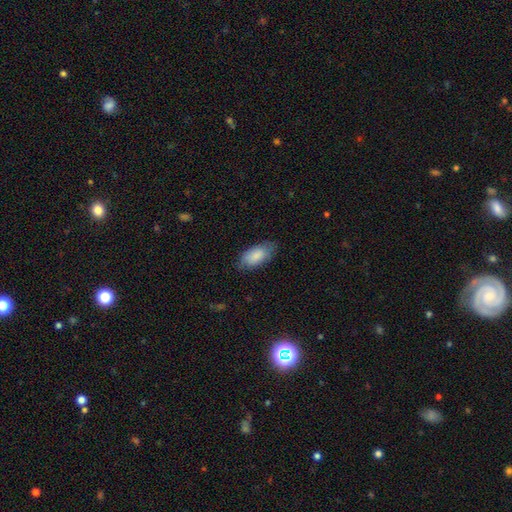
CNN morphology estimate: This appears to be a smooth galaxy with no disk features (85%) that is in between round and cigar-shaped (92%). Merging: none (74%).